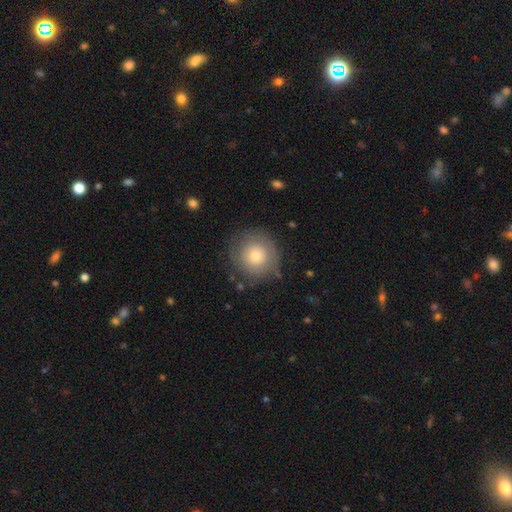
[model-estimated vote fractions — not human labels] A smooth galaxy with no disk features (65%) that is round (92%).

Vote fractions:
- Smooth or featured? smooth: 65% / featured or disk: 26% / star or artifact: 9%
- How rounded? round: 92% / in between: 7% / cigar-shaped: 1%
- Merging? none: 80% / minor disturbance: 13% / major disturbance: 5% / merger: 2%